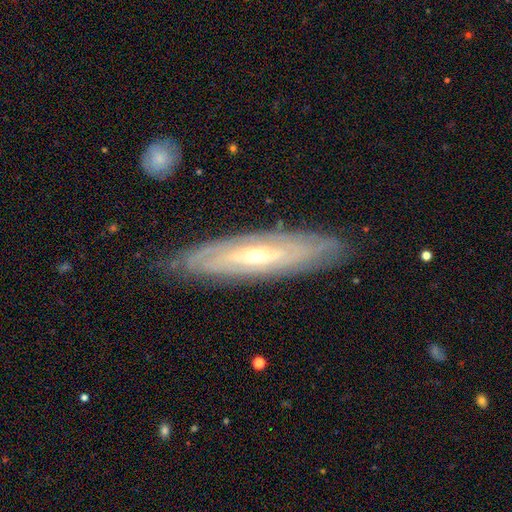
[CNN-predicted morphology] Overall: featured or disk (80%). Edge-on disk: no (60%; yes 40%). Merging: none (84%).